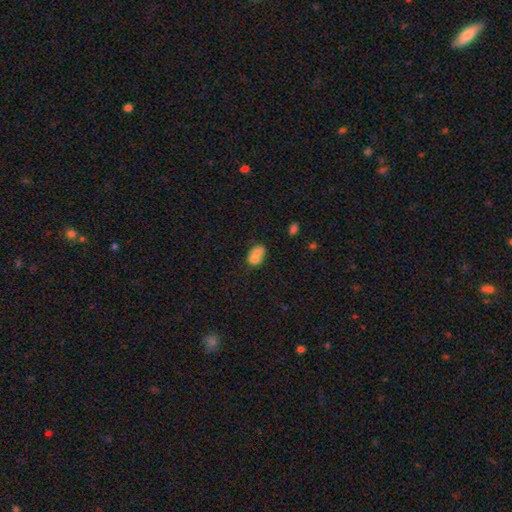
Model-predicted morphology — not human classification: Smooth or featured: smooth — 67% (featured or disk — 22%)
How rounded: in between — 61% (round — 37%)
Merging: merger — 60% (none — 27%)